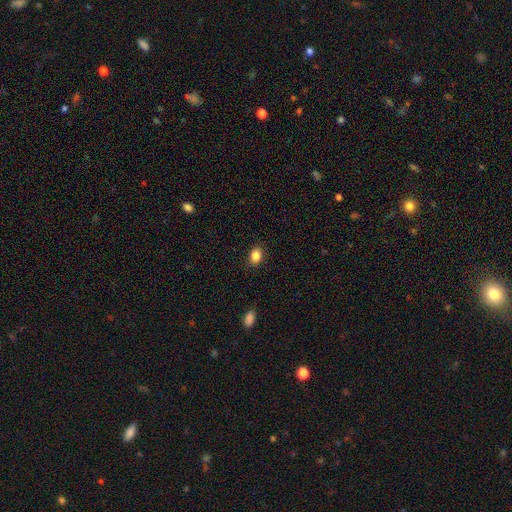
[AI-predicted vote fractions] A smooth galaxy with no disk features (86%) that is in between round and cigar-shaped (72%).

Vote fractions:
- Smooth or featured? smooth: 86% / star or artifact: 9% / featured or disk: 5%
- How rounded? in between: 72% / round: 27% / cigar-shaped: 1%
- Merging? none: 88% / minor disturbance: 9% / major disturbance: 2% / merger: 1%